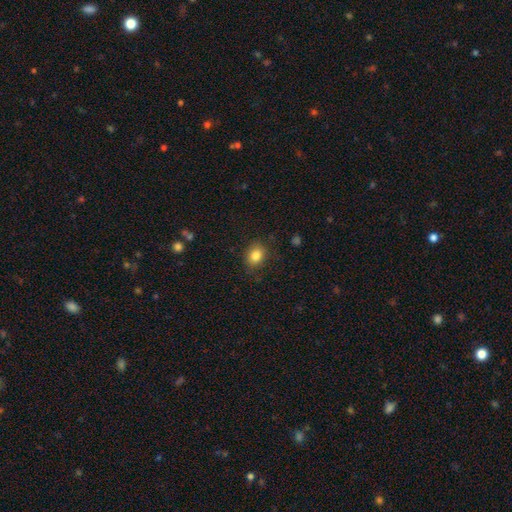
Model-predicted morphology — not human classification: smooth 84%, star or artifact 10%, featured or disk 6%. Down the decision tree: how rounded — round (50%); merging — none (82%).